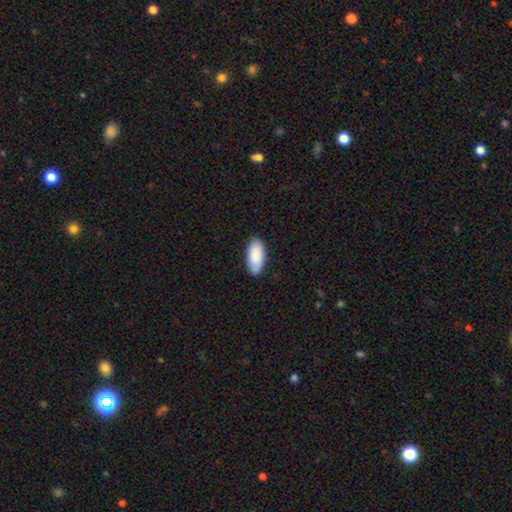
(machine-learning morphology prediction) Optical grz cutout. It shows a smooth galaxy with no disk features (88%) that is in between round and cigar-shaped (90%). Merging: none (86%).